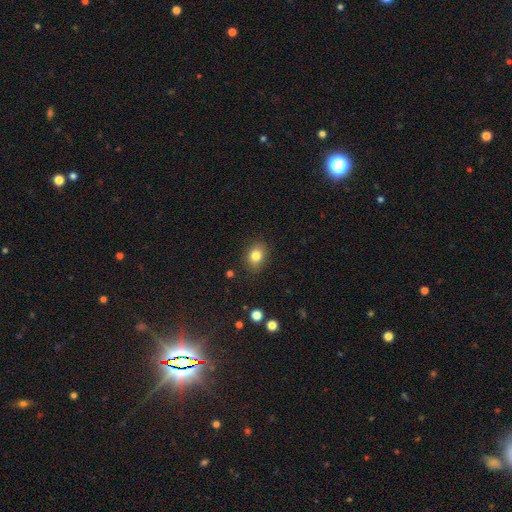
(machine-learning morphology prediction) Q: Smooth or featured?
A: smooth (82%); runner-up: star or artifact (10%)
Q: How rounded?
A: in between (53%); runner-up: round (46%)
Q: Merging?
A: none (87%); runner-up: minor disturbance (10%)